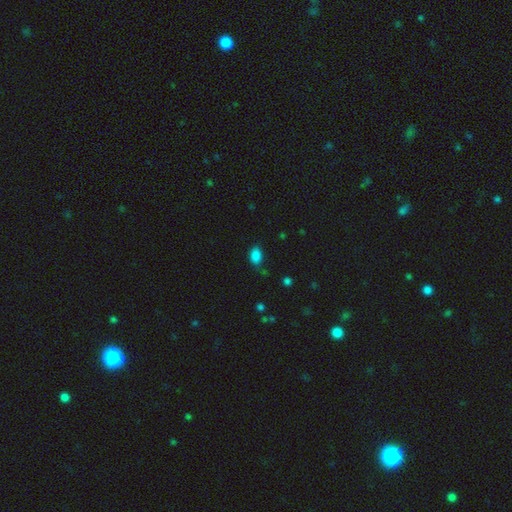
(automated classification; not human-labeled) Smooth or featured?
  - smooth: 85% *
  - star or artifact: 12%
  - featured or disk: 4%
How rounded?
  - in between: 84% *
  - round: 15%
  - cigar-shaped: 1%
Merging?
  - none: 70% *
  - minor disturbance: 22%
  - major disturbance: 5%
  - merger: 3%